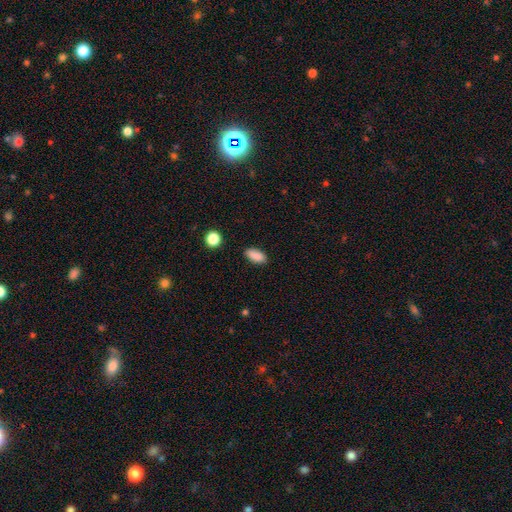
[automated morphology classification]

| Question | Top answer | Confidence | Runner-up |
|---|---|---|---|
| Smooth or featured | smooth | 88% | star or artifact (8%) |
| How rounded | in between | 89% | cigar-shaped (7%) |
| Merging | none | 87% | minor disturbance (9%) |